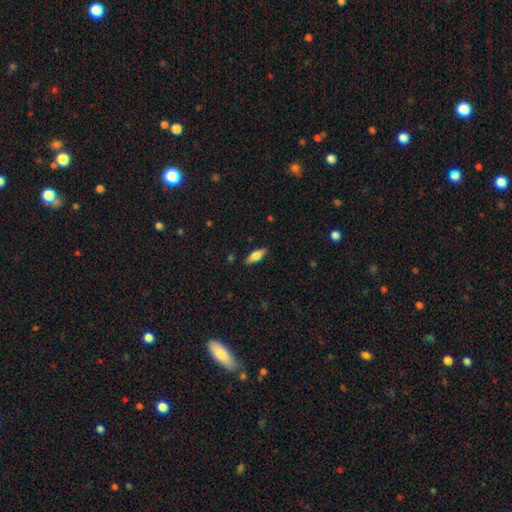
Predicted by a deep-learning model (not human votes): Smooth or featured? Predicted: smooth (p=0.62). How rounded? Predicted: in between (p=0.64). Merging? Predicted: none (p=0.87).